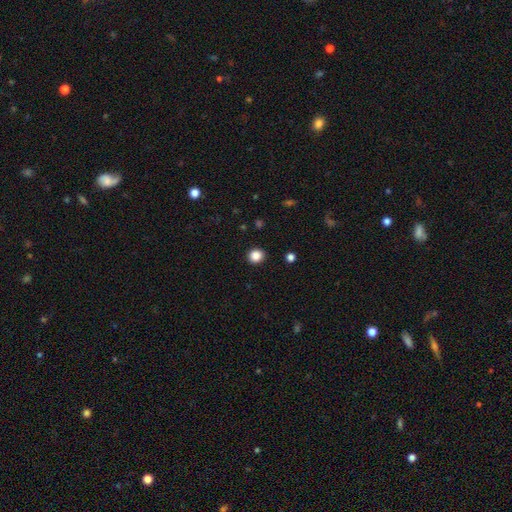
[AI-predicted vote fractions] This is clearly a smooth galaxy (86%). How rounded: clearly round (87%). Merging: clearly none (92%).